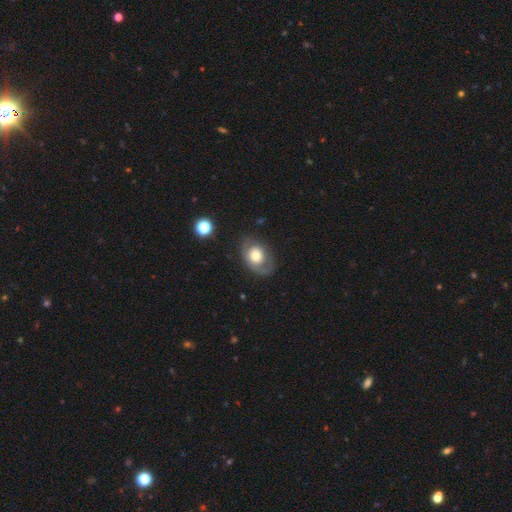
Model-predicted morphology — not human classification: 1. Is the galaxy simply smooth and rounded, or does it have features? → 52% smooth, 39% featured or disk, 9% star or artifact.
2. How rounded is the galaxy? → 59% in between, 40% round, 1% cigar-shaped.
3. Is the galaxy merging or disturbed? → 60% none, 22% minor disturbance, 16% major disturbance, 2% merger.